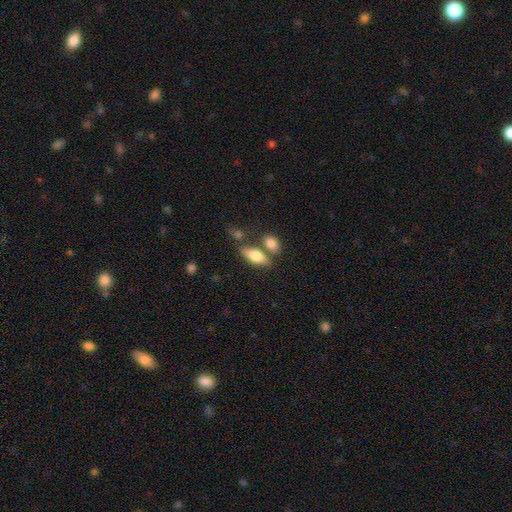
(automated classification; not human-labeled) The model was most divided on "merging": none: 59%, merger: 24%, minor disturbance: 13%, major disturbance: 5%. More confident: how rounded — in between (75%); smooth or featured — smooth (68%).